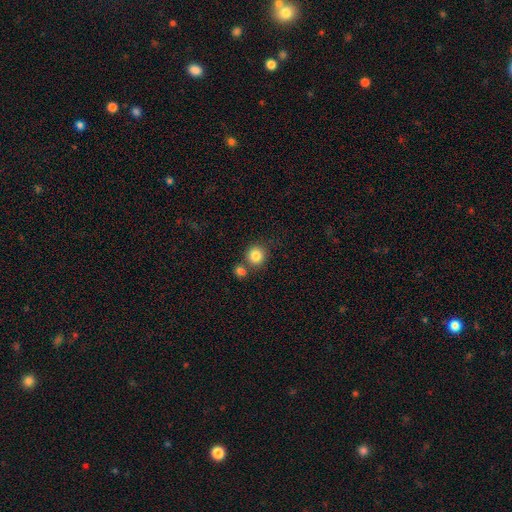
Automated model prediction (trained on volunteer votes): Morphology: type=smooth (84%); roundness=round (89%); merging=none (68%).